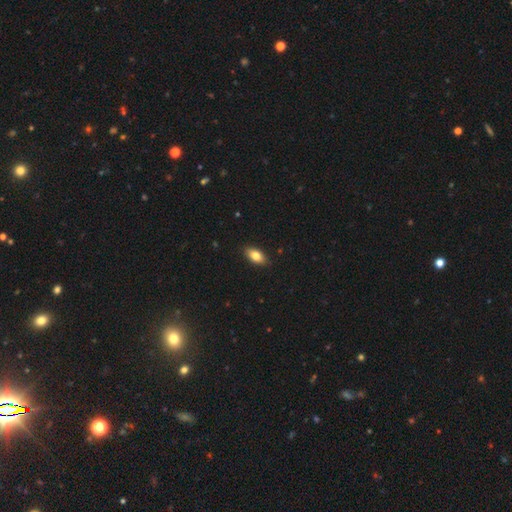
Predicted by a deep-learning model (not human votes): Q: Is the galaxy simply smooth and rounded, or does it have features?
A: smooth — 81%.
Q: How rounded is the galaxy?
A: in between — 89%.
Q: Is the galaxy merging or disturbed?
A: none — 88%.